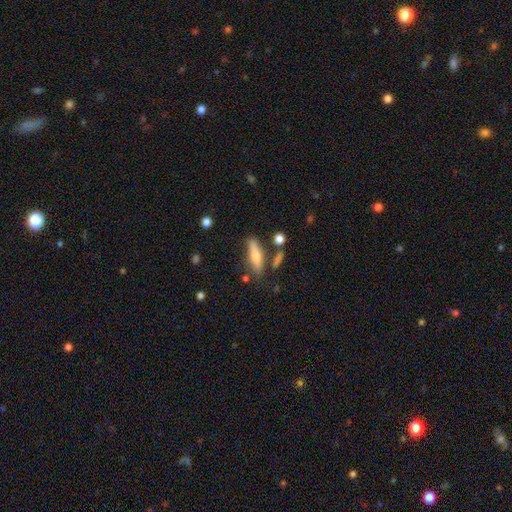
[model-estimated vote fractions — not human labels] Smooth or featured? Predicted: smooth (p=0.52). How rounded? Predicted: cigar-shaped (p=0.63). Merging? Predicted: none (p=0.74).